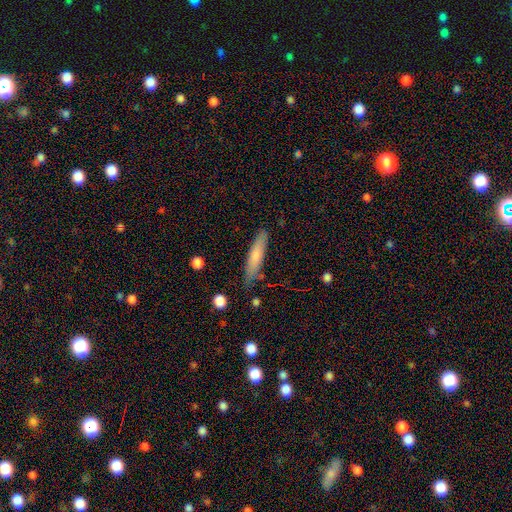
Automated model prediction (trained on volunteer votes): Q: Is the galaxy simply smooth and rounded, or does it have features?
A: smooth — 71%.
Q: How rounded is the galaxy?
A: cigar-shaped — 84%.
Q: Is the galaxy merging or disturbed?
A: none — 81%.